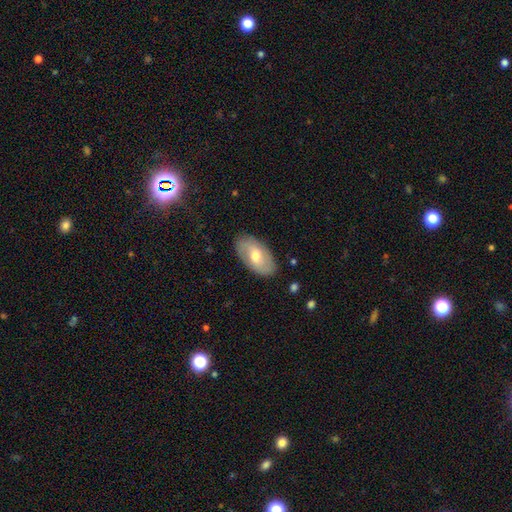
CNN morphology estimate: smooth 54%, featured or disk 40%, star or artifact 6%. Down the decision tree: how rounded — in between (93%); merging — none (85%).